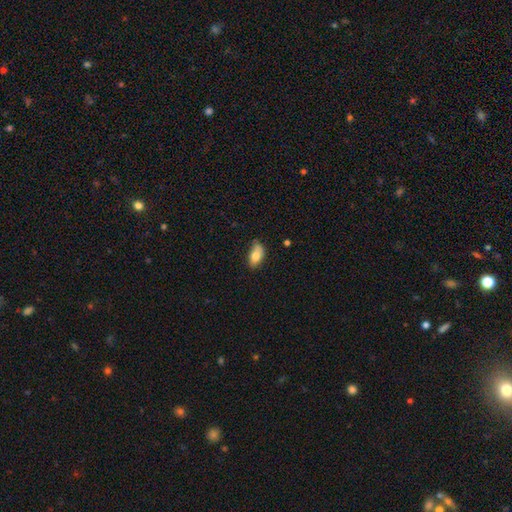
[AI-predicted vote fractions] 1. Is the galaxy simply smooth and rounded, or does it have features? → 77% smooth, 16% featured or disk, 8% star or artifact.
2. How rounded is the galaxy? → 90% in between, 5% round, 5% cigar-shaped.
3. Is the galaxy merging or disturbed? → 54% none, 34% minor disturbance, 7% major disturbance, 4% merger.